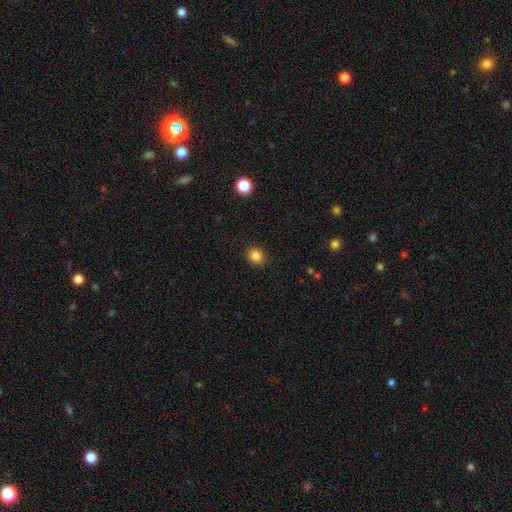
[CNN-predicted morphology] This is clearly a smooth galaxy (84%). How rounded: clearly round (82%). Merging: clearly none (89%).